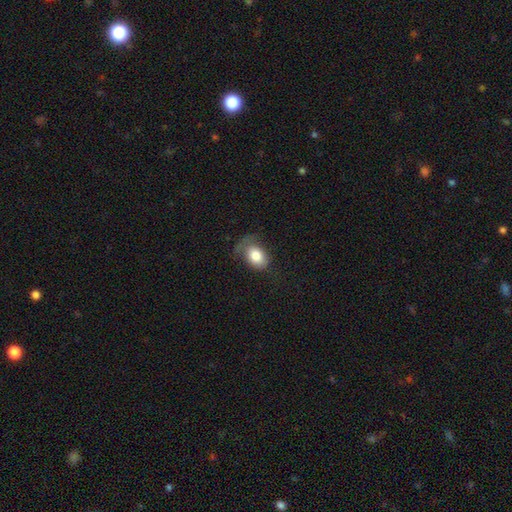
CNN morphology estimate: smooth-or-featured: smooth: 80% | featured or disk: 13% | star or artifact: 8%
  how-rounded: in between: 72% | round: 27% | cigar-shaped: 1%
  merging: none: 46% | minor disturbance: 31% | major disturbance: 21% | merger: 2%